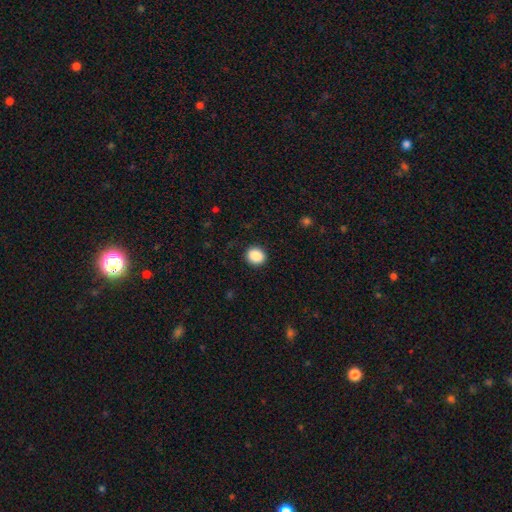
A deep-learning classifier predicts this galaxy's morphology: smooth-or-featured: smooth: 89% | star or artifact: 9% | featured or disk: 3%
  how-rounded: round: 82% | in between: 17% | cigar-shaped: 1%
  merging: none: 91% | minor disturbance: 6% | major disturbance: 2% | merger: 1%